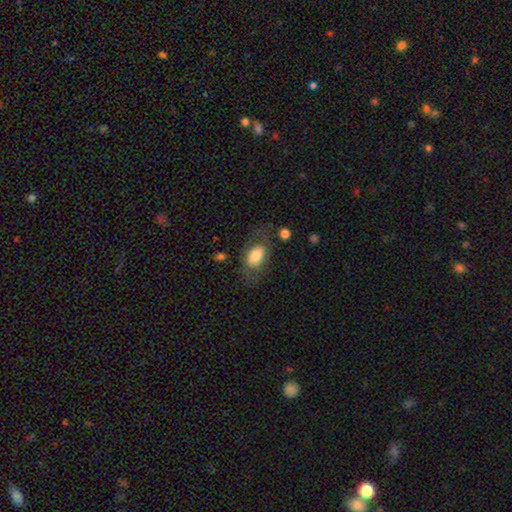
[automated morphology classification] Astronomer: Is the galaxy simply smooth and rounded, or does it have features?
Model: smooth — 69%.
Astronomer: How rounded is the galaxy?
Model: in between — 89%.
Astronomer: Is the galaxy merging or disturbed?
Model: none — 59%.